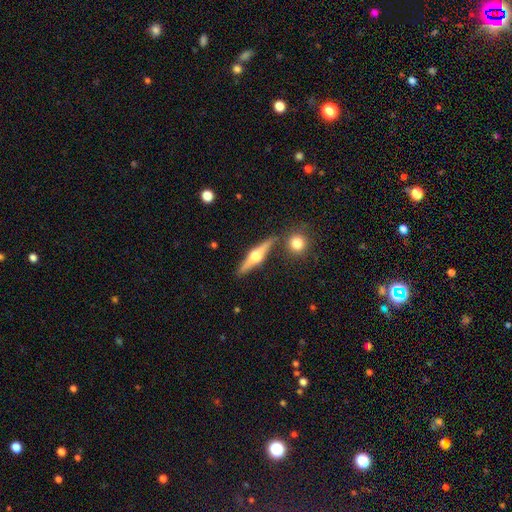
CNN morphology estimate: Smooth or featured? Predicted: featured or disk (p=0.72). Edge-on disk? Predicted: yes (p=0.97). Edge-on bulge? Predicted: rounded (p=0.95). Merging? Predicted: none (p=0.83).